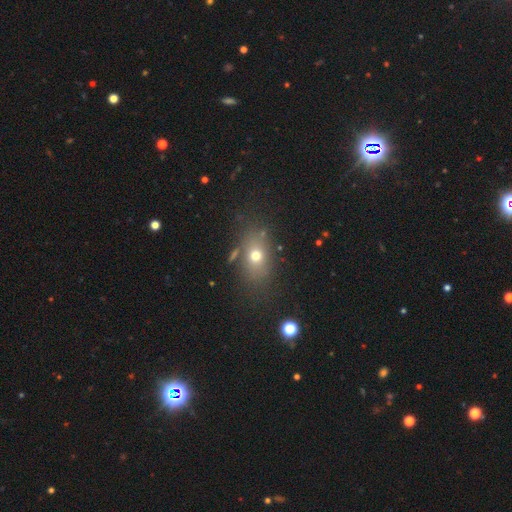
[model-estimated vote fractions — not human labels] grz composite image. It shows a smooth galaxy with no disk features (68%) that is in between round and cigar-shaped (69%). Merging: none (75%).